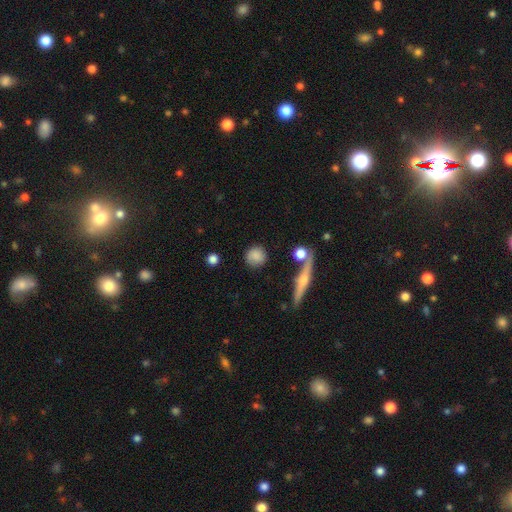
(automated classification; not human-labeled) This is clearly a smooth galaxy (80%). How rounded: clearly round (85%). Merging: clearly none (81%).